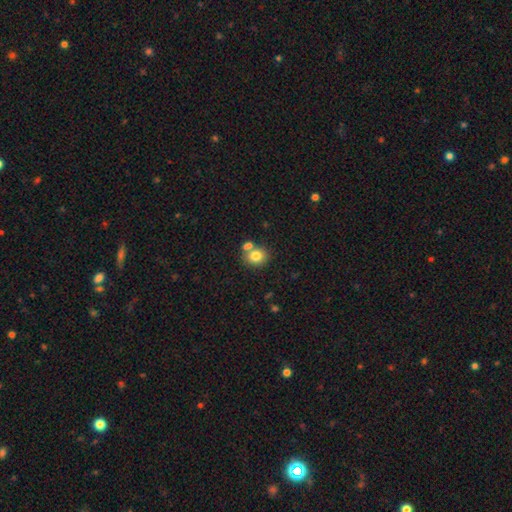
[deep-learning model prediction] Smooth or featured: smooth — 80% (star or artifact — 10%)
How rounded: round — 74% (in between — 26%)
Merging: none — 59% (merger — 28%)